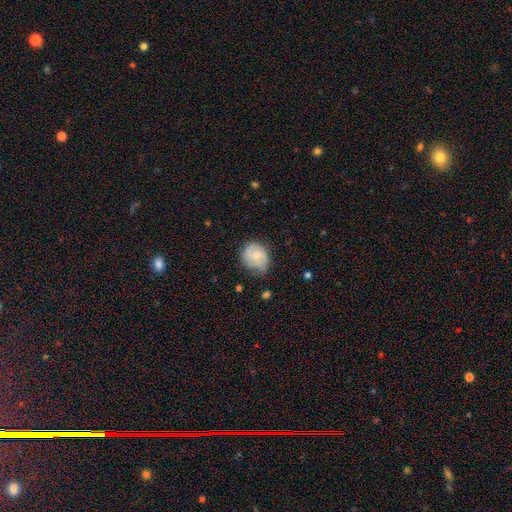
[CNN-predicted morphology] This appears to be a featured or disk galaxy (47%). Merging: none (66%).